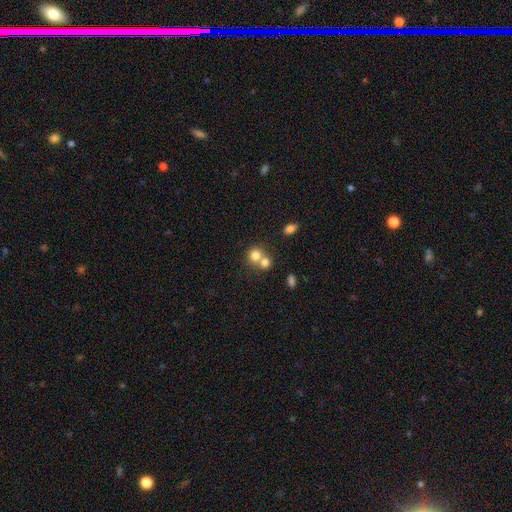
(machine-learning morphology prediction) Overall: smooth (77%). How rounded: round (82%). Merging: merger (51%; none 40%).